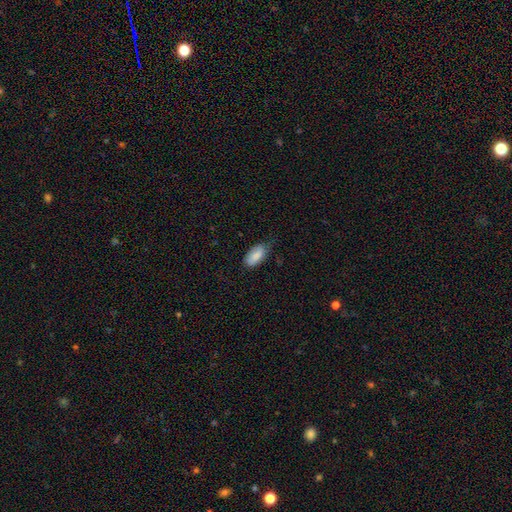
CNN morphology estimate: smooth 86%, featured or disk 8%, star or artifact 6%. Down the decision tree: how rounded — in between (92%); merging — none (60%).